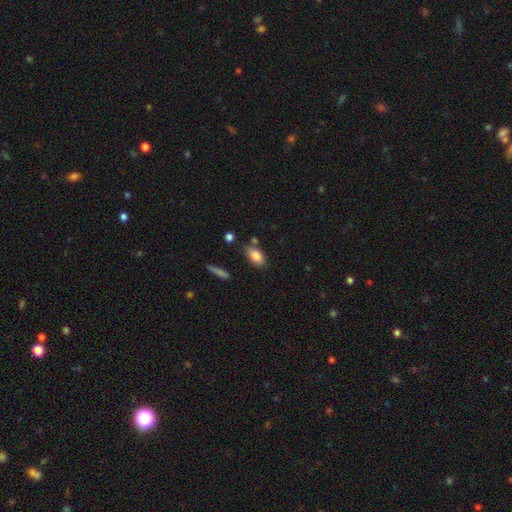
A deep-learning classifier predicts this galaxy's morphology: This appears to be a smooth galaxy with no disk features (83%) that is in between round and cigar-shaped (89%). Merging: none (71%).